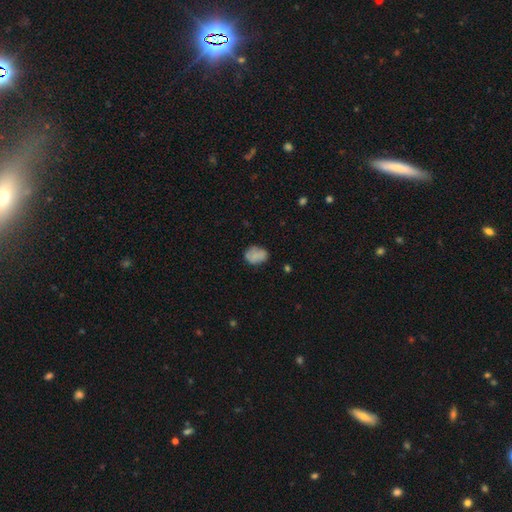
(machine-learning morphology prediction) Smooth or featured?
  - smooth: 73% *
  - featured or disk: 18%
  - star or artifact: 9%
How rounded?
  - in between: 66% *
  - round: 33%
  - cigar-shaped: 1%
Merging?
  - none: 63% *
  - minor disturbance: 26%
  - major disturbance: 8%
  - merger: 3%